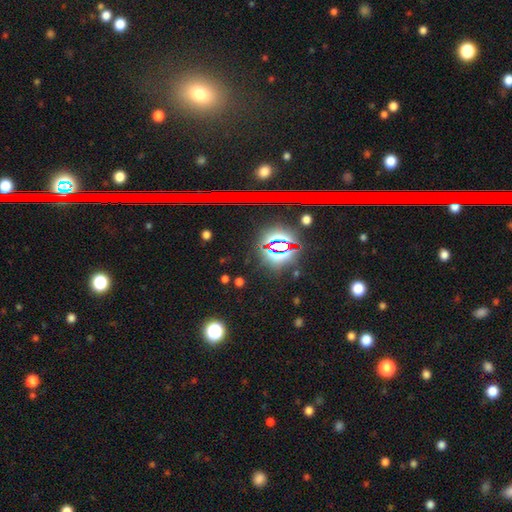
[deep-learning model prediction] Morphology: type=star or artifact (77%).